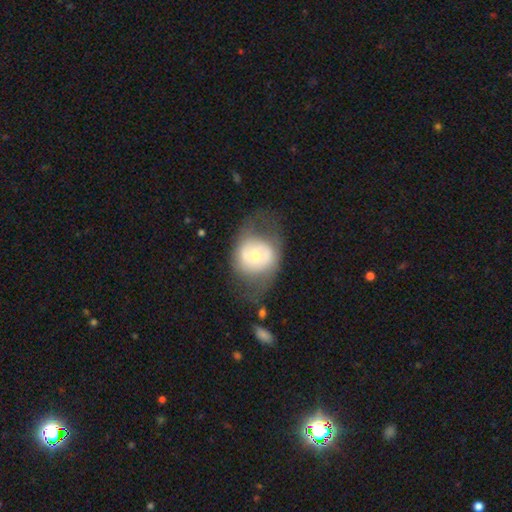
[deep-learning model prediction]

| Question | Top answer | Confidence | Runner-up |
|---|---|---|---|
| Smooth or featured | featured or disk | 53% | smooth (40%) |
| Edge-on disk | no | 94% | yes (6%) |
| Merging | none | 50% | major disturbance (25%) |